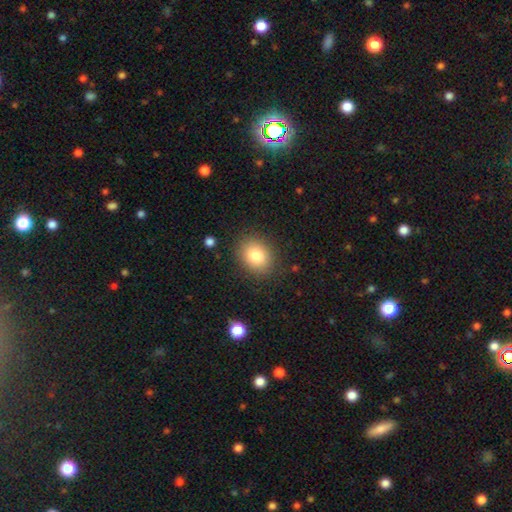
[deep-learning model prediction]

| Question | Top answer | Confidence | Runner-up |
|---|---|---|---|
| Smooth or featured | smooth | 82% | star or artifact (10%) |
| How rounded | round | 50% | in between (49%) |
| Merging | none | 85% | minor disturbance (10%) |